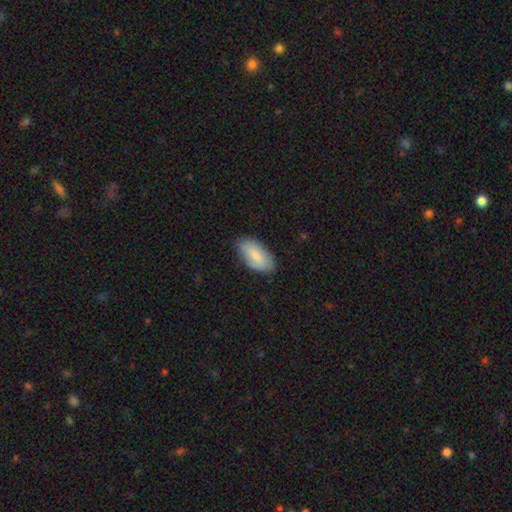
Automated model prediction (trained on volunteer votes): A smooth galaxy with no disk features (79%) that is in between round and cigar-shaped (93%).

Vote fractions:
- Smooth or featured? smooth: 79% / featured or disk: 15% / star or artifact: 6%
- How rounded? in between: 93% / cigar-shaped: 5% / round: 2%
- Merging? none: 77% / minor disturbance: 19% / major disturbance: 3% / merger: 1%